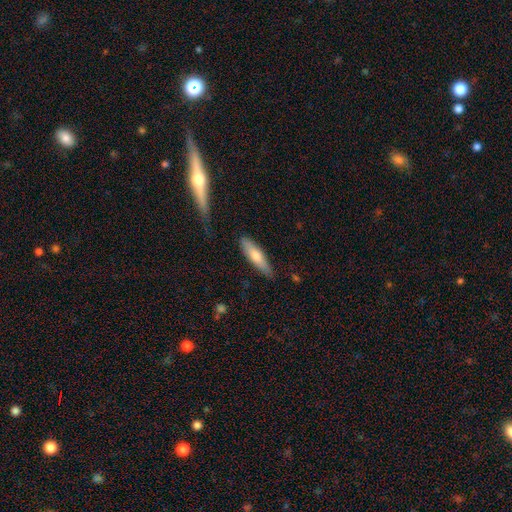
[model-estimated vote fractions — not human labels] smooth 70%, featured or disk 25%, star or artifact 5%. Down the decision tree: how rounded — cigar-shaped (69%); merging — none (83%).